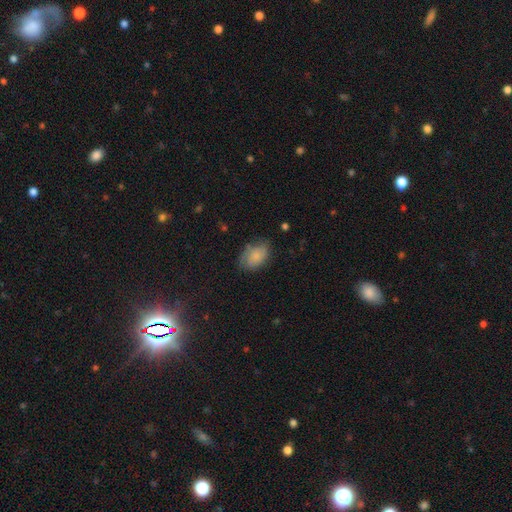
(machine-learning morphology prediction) smooth-or-featured: smooth: 76% | featured or disk: 17% | star or artifact: 8%
  how-rounded: in between: 86% | round: 13% | cigar-shaped: 1%
  merging: none: 63% | minor disturbance: 27% | major disturbance: 8% | merger: 2%